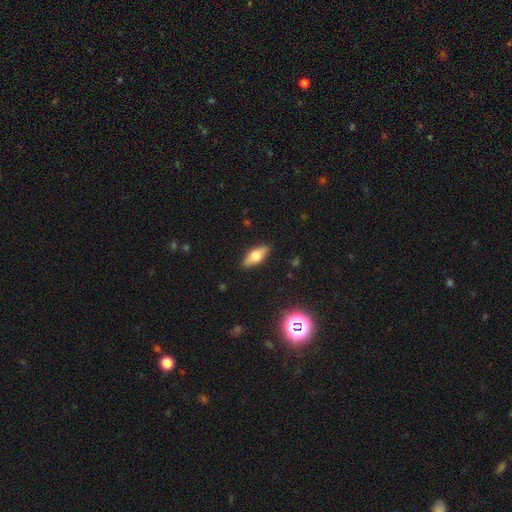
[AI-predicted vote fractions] A smooth galaxy with no disk features (56%) that is in between round and cigar-shaped (73%).

Vote fractions:
- Smooth or featured? smooth: 56% / featured or disk: 36% / star or artifact: 8%
- How rounded? in between: 73% / cigar-shaped: 23% / round: 4%
- Merging? none: 87% / minor disturbance: 10% / major disturbance: 2% / merger: 1%